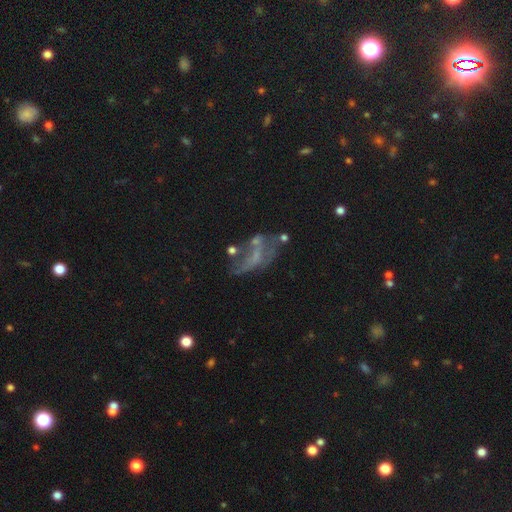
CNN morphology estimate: Q: Smooth or featured?
A: featured or disk (58%); runner-up: smooth (24%)
Q: Edge-on disk?
A: no (93%); runner-up: yes (7%)
Q: Bar?
A: no (68%); runner-up: weak (23%)
Q: Spiral arms?
A: no (69%); runner-up: yes (31%)
Q: Bulge size?
A: none (60%); runner-up: small (27%)
Q: Merging?
A: none (33%); runner-up: major disturbance (32%)